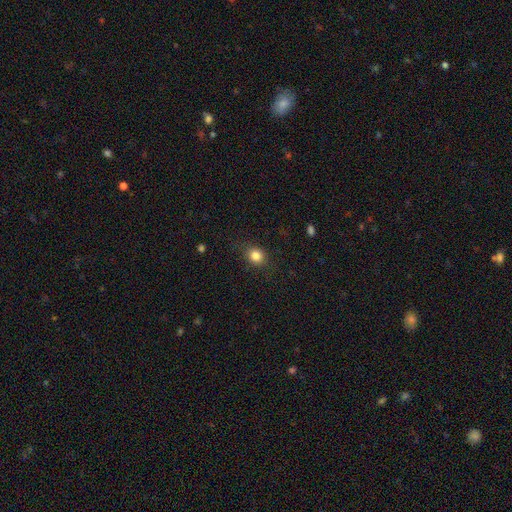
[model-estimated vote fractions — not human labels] This is clearly a smooth galaxy (83%). How rounded: likely round (70%). Merging: clearly none (84%).